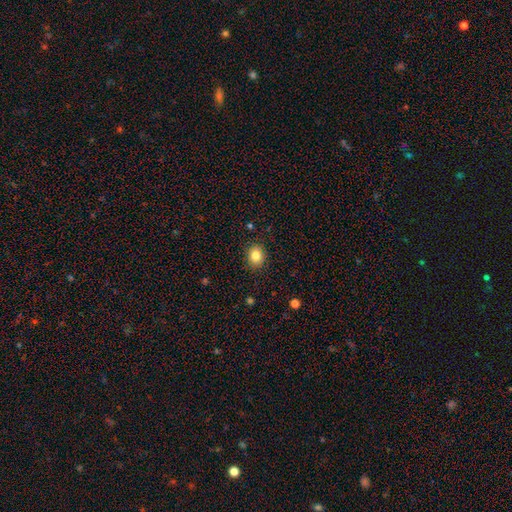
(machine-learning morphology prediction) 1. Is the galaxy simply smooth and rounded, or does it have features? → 83% smooth, 10% star or artifact, 7% featured or disk.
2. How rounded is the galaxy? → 63% round, 36% in between, 1% cigar-shaped.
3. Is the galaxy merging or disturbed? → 90% none, 7% minor disturbance, 2% major disturbance, 1% merger.